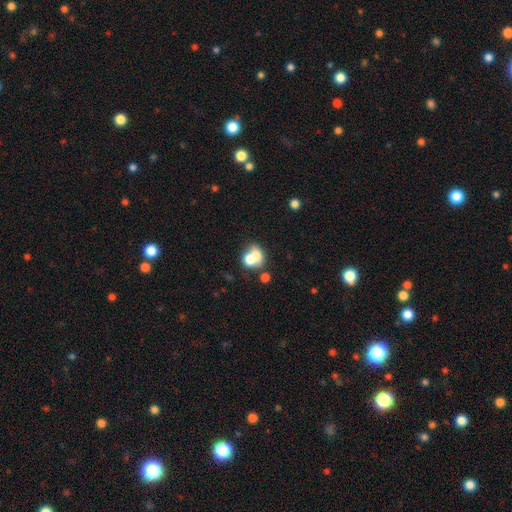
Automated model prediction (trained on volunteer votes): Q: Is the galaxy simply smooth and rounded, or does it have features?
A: smooth — 65%.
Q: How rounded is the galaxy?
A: round — 54%.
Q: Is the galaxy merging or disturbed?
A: merger — 60%.